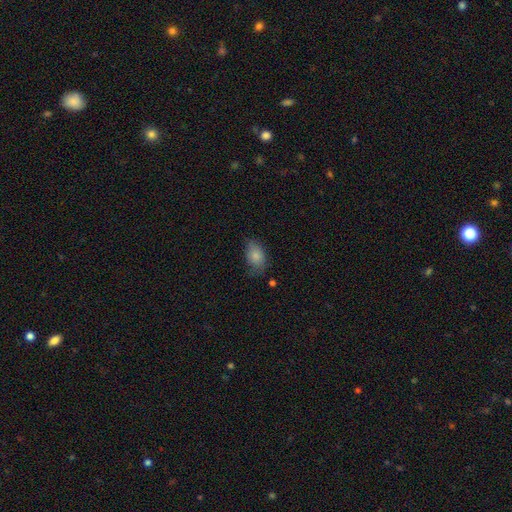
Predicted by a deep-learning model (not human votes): A smooth galaxy with no disk features (83%) that is in between round and cigar-shaped (88%). Merging: none (58%).